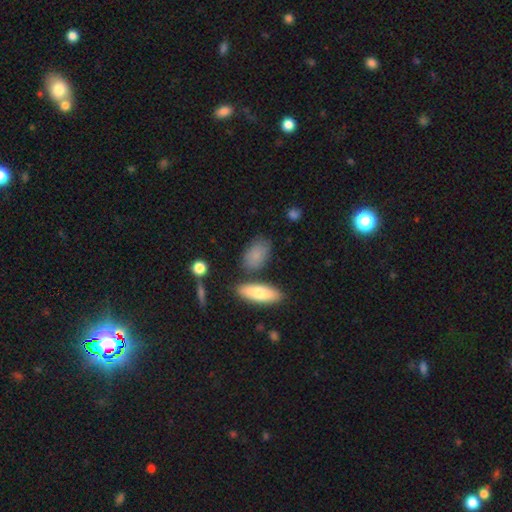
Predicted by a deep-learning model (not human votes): smooth_or_featured: smooth (p=0.83) [alt: featured or disk p=0.10]
how_rounded: in between (p=0.85) [alt: round p=0.10]
merging: none (p=0.72) [alt: minor disturbance p=0.16]